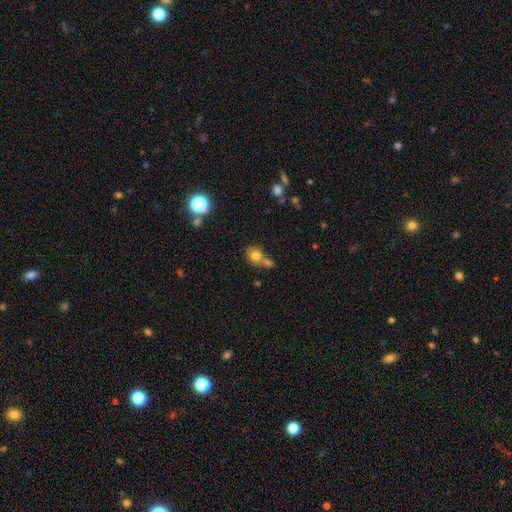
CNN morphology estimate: A smooth galaxy with no disk features (76%) that is round (70%).

Vote fractions:
- Smooth or featured? smooth: 76% / star or artifact: 13% / featured or disk: 12%
- How rounded? round: 70% / in between: 29% / cigar-shaped: 1%
- Merging? none: 43% / merger: 42% / minor disturbance: 10% / major disturbance: 4%